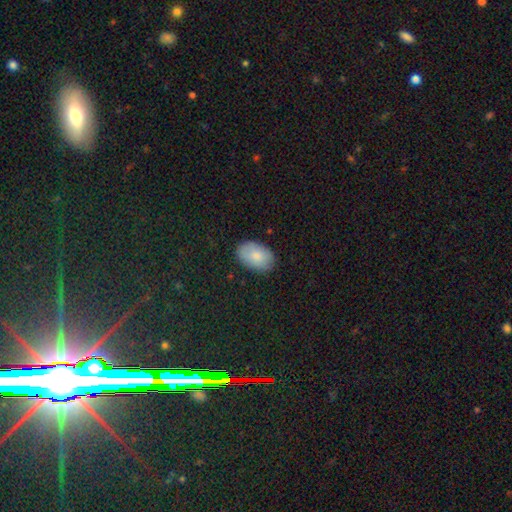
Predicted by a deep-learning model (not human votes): Q: Smooth or featured?
A: smooth (83%); runner-up: featured or disk (10%)
Q: How rounded?
A: in between (89%); runner-up: round (10%)
Q: Merging?
A: none (85%); runner-up: minor disturbance (12%)